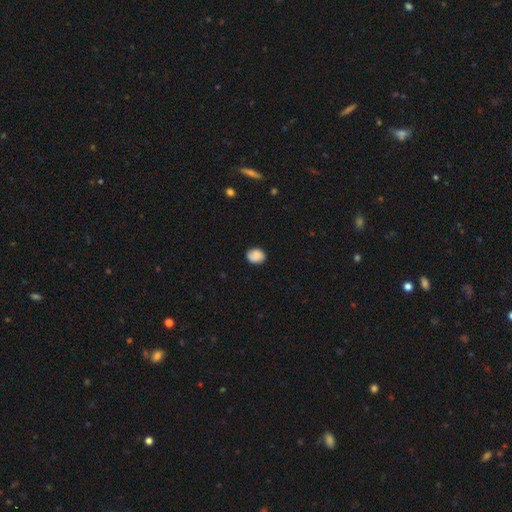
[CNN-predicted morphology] smooth-or-featured: smooth: 75% | featured or disk: 16% | star or artifact: 9%
  how-rounded: round: 53% | in between: 46% | cigar-shaped: 1%
  merging: none: 75% | minor disturbance: 19% | major disturbance: 5% | merger: 2%